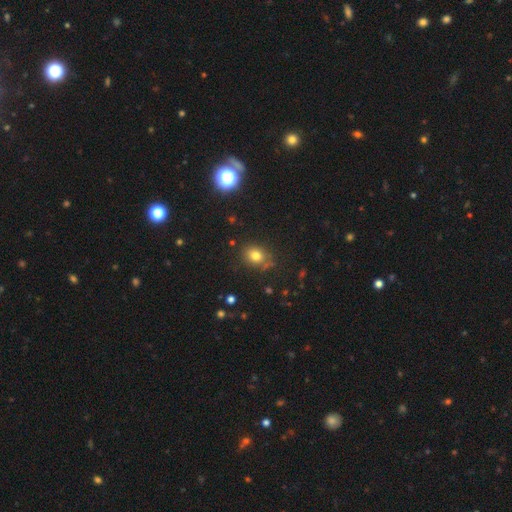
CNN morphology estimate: smooth 76%, star or artifact 16%, featured or disk 9%. Down the decision tree: how rounded — round (55%); merging — none (77%).